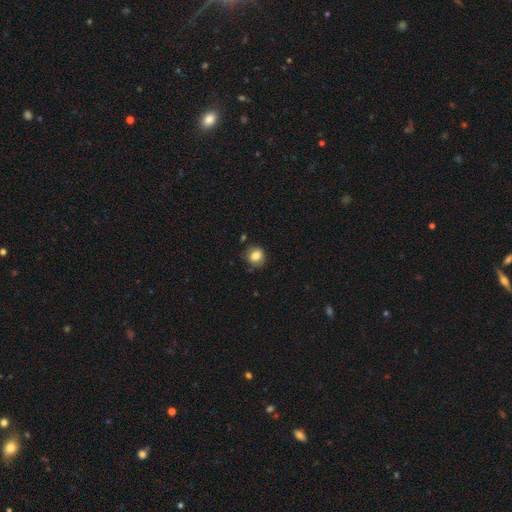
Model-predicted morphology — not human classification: smooth 81%, featured or disk 10%, star or artifact 10%. Down the decision tree: how rounded — round (77%); merging — none (73%).